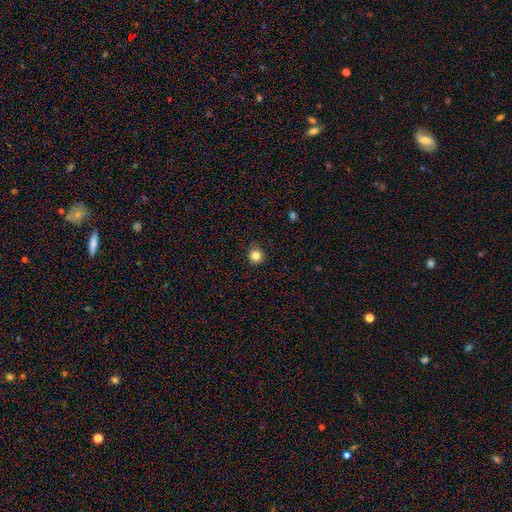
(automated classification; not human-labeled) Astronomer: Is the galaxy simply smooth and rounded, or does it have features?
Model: smooth — 84%.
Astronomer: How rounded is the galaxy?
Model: round — 94%.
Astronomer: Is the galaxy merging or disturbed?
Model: none — 89%.